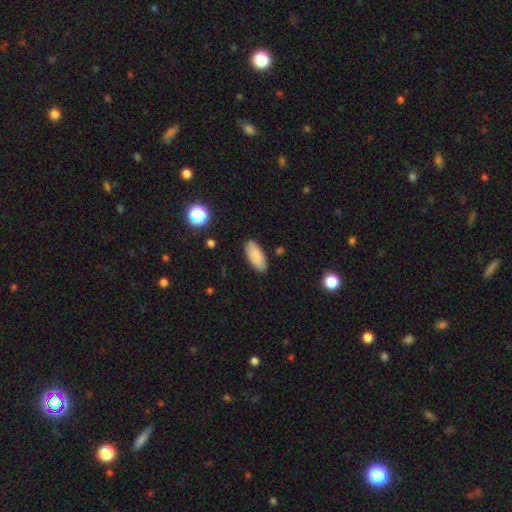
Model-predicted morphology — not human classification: Smooth or featured? smooth (86%)
How rounded? in between (87%)
Merging? none (87%)